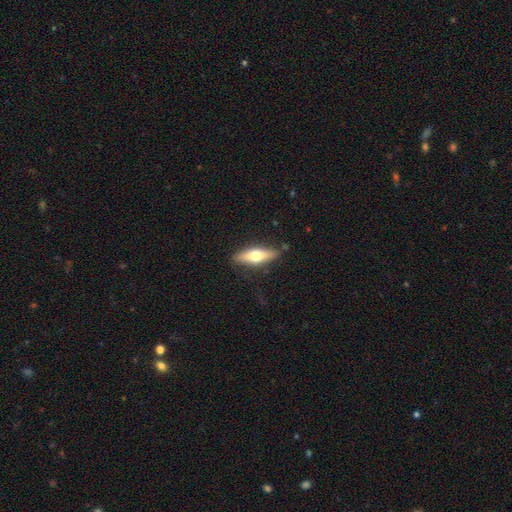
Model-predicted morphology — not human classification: type=smooth (51%); roundness=cigar-shaped (54%); merging=none (84%).